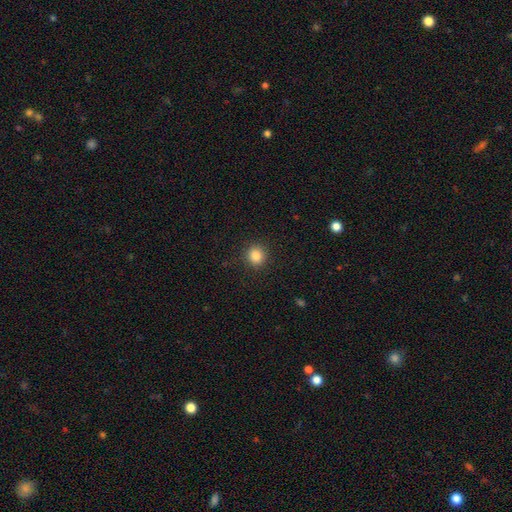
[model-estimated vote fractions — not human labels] Smooth or featured: smooth — 85% (star or artifact — 11%)
How rounded: round — 90% (in between — 9%)
Merging: none — 90% (minor disturbance — 6%)